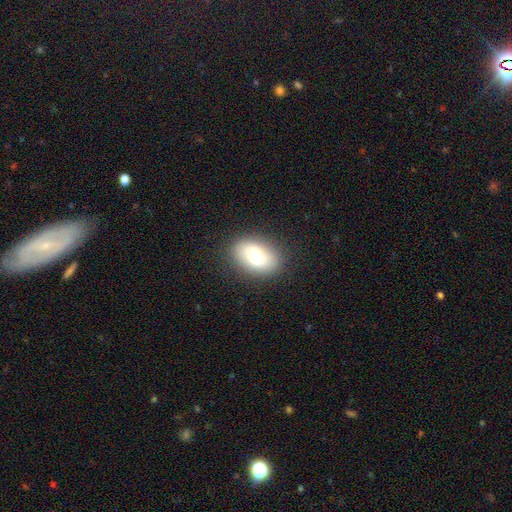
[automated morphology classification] Q: Smooth or featured?
A: smooth (65%); runner-up: featured or disk (26%)
Q: How rounded?
A: in between (78%); runner-up: round (20%)
Q: Merging?
A: none (84%); runner-up: minor disturbance (11%)